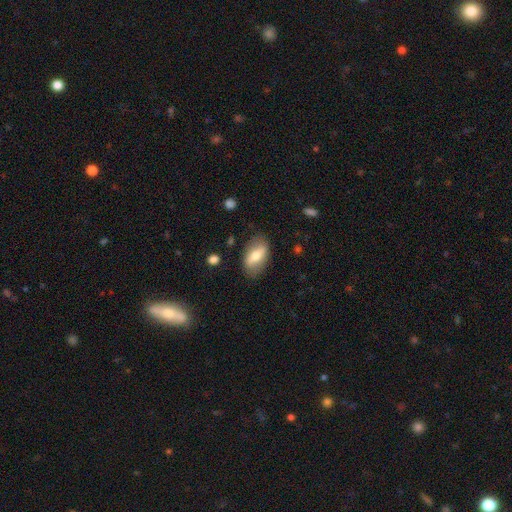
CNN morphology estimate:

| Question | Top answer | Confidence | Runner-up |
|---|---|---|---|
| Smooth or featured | smooth | 57% | featured or disk (36%) |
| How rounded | in between | 88% | round (6%) |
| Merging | none | 81% | minor disturbance (14%) |